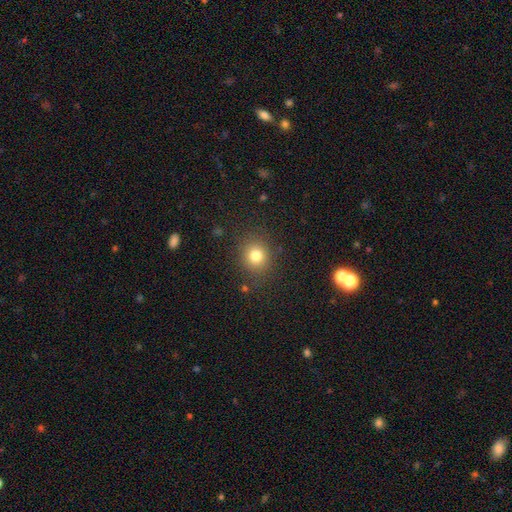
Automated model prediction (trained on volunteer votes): The model was most divided on "how rounded": round: 82%, in between: 17%, cigar-shaped: 1%. More confident: merging — none (85%); smooth or featured — smooth (79%).